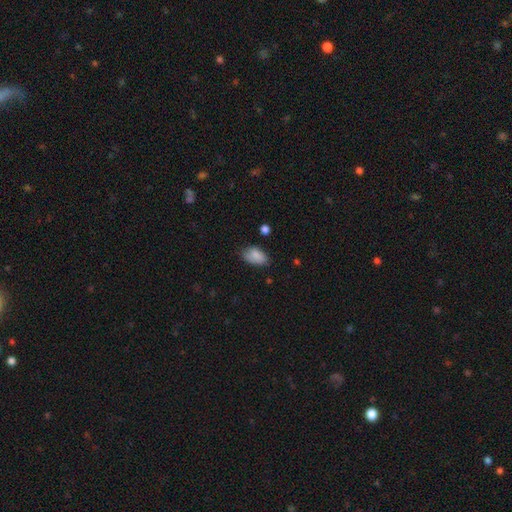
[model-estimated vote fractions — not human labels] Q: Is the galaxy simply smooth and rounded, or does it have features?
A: smooth — 83%.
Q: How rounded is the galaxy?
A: in between — 92%.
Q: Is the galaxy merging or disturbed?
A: none — 61%.